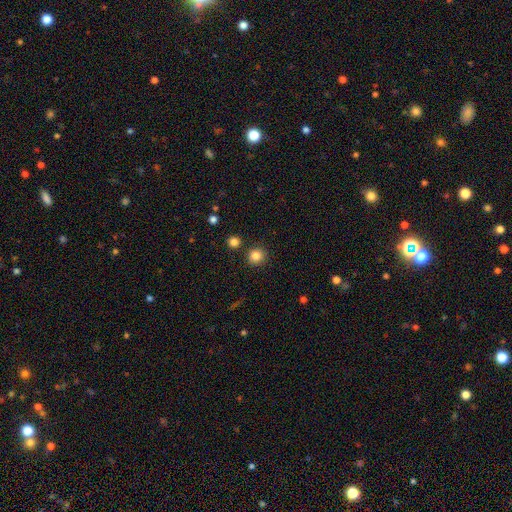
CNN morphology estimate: type=smooth (84%); roundness=round (93%); merging=none (87%).